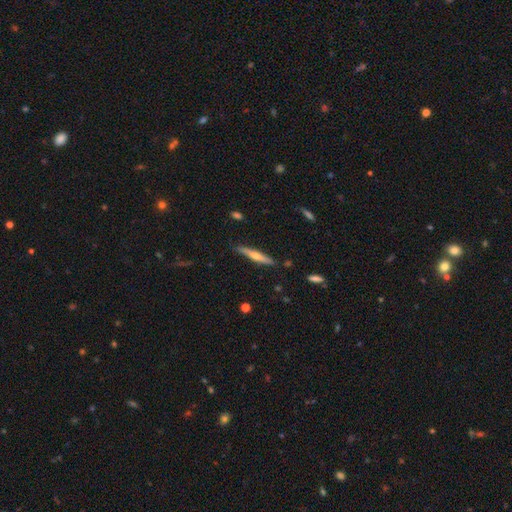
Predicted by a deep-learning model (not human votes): This appears to be a featured or disk galaxy (51%) viewed edge-on (95%). Merging: none (85%).